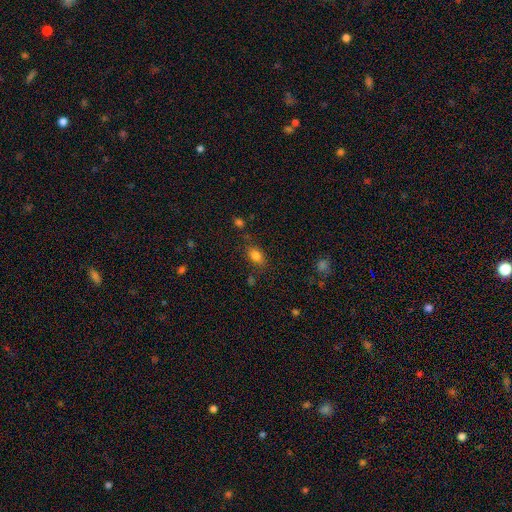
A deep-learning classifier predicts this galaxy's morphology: smooth 81%, star or artifact 11%, featured or disk 7%. Down the decision tree: how rounded — in between (81%); merging — none (76%).